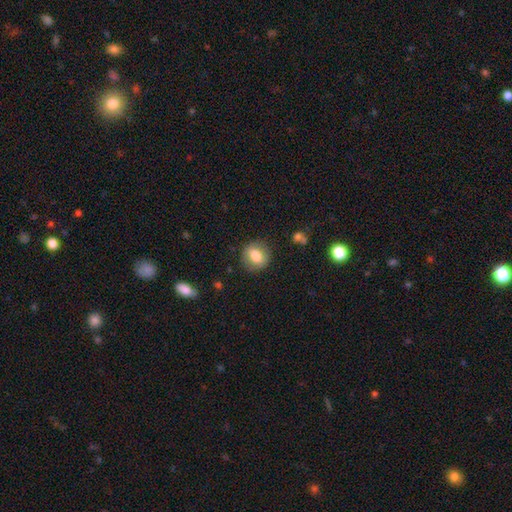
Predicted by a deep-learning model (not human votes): Q: Smooth or featured?
A: smooth (77%); runner-up: featured or disk (14%)
Q: How rounded?
A: round (76%); runner-up: in between (23%)
Q: Merging?
A: none (86%); runner-up: minor disturbance (10%)